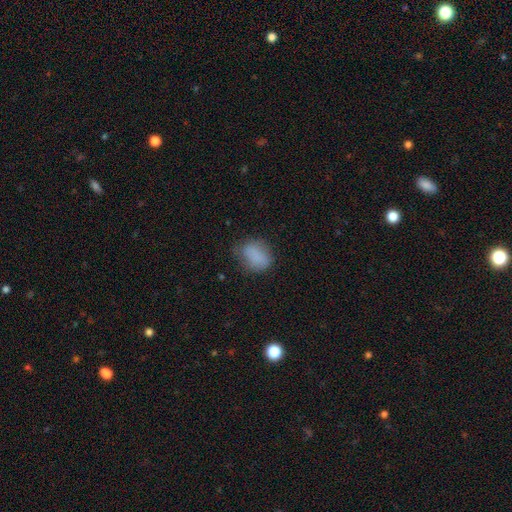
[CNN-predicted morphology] The model was most divided on "how rounded": in between: 62%, round: 36%, cigar-shaped: 2%. More confident: smooth or featured — smooth (82%); merging — none (61%).